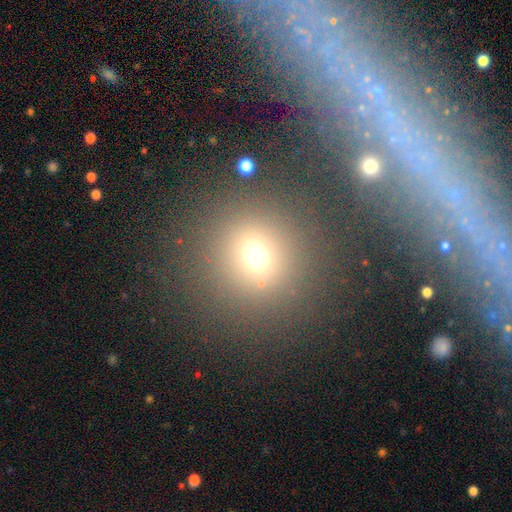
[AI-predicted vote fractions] Smooth or featured? Predicted: smooth (p=0.62). How rounded? Predicted: round (p=0.90). Merging? Predicted: none (p=0.79).